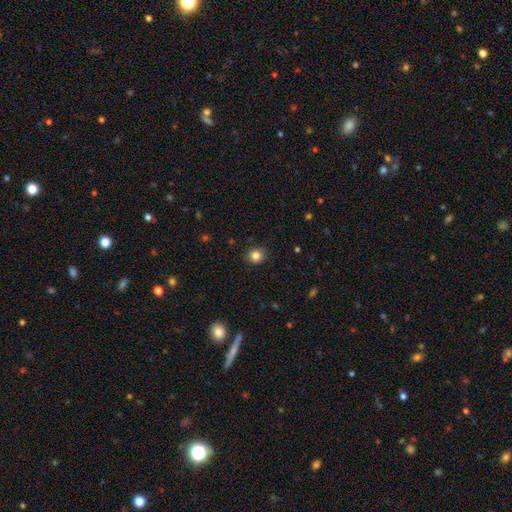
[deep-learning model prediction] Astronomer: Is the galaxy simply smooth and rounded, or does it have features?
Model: smooth — 84%.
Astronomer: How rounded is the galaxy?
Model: round — 82%.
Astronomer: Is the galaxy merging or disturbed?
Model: none — 90%.